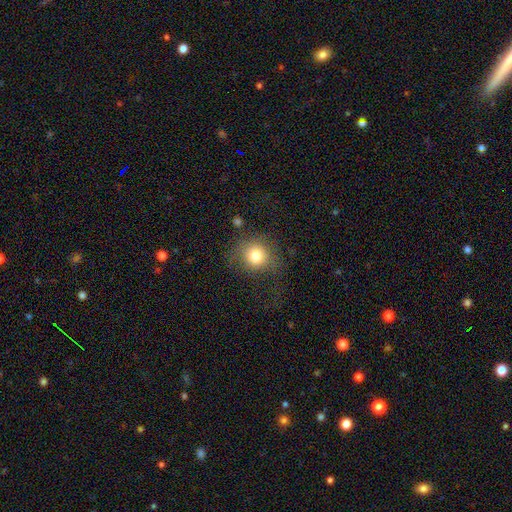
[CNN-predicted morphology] Smooth or featured? Predicted: smooth (p=0.78). How rounded? Predicted: round (p=0.85). Merging? Predicted: none (p=0.65).